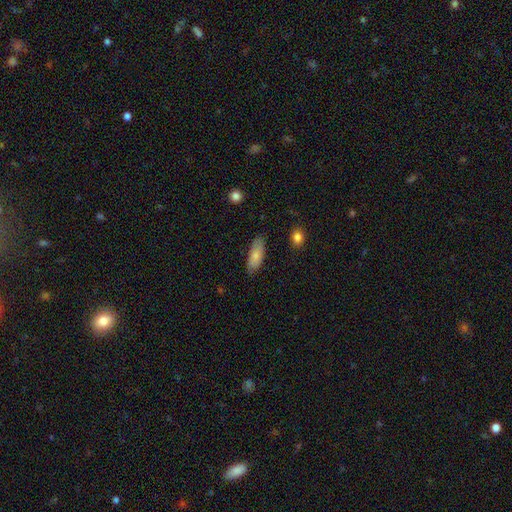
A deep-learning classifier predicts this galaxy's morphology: smooth_or_featured: smooth (p=0.79) [alt: featured or disk p=0.15]
how_rounded: in between (p=0.76) [alt: cigar-shaped p=0.22]
merging: none (p=0.81) [alt: minor disturbance p=0.15]